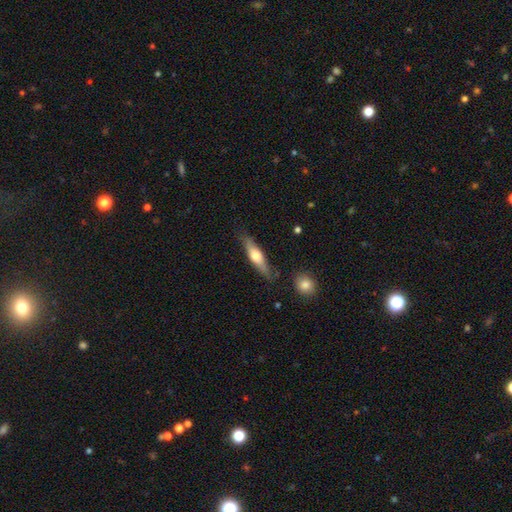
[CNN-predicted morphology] Q: Smooth or featured?
A: smooth (52%); runner-up: featured or disk (42%)
Q: How rounded?
A: cigar-shaped (71%); runner-up: in between (27%)
Q: Merging?
A: none (79%); runner-up: minor disturbance (15%)